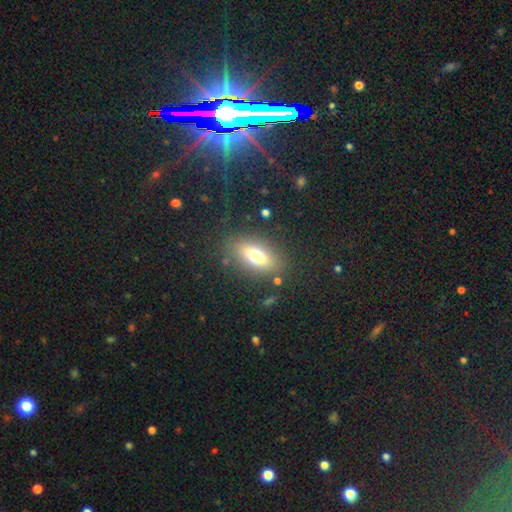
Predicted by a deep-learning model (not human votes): smooth 67%, featured or disk 22%, star or artifact 11%. Down the decision tree: how rounded — in between (80%); merging — none (80%).